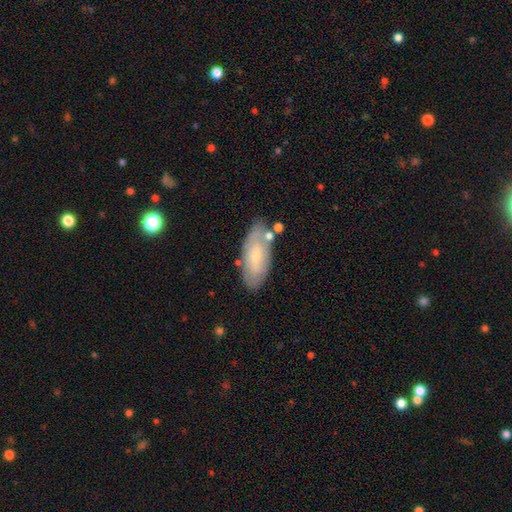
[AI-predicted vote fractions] Smooth or featured: smooth — 54% (featured or disk — 39%)
How rounded: in between — 85% (cigar-shaped — 12%)
Merging: none — 71% (minor disturbance — 18%)